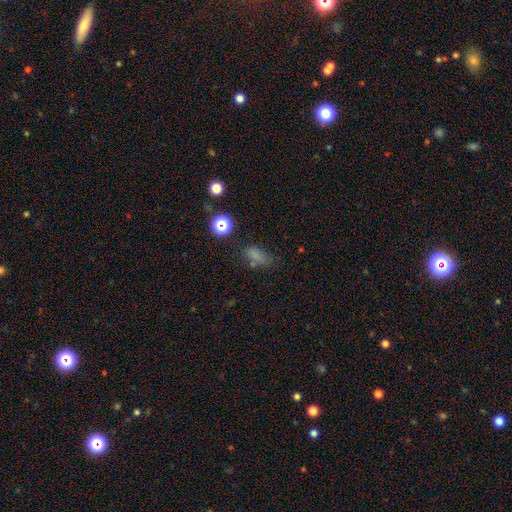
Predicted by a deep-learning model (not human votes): Smooth or featured? smooth (69%)
How rounded? in between (80%)
Merging? none (61%)